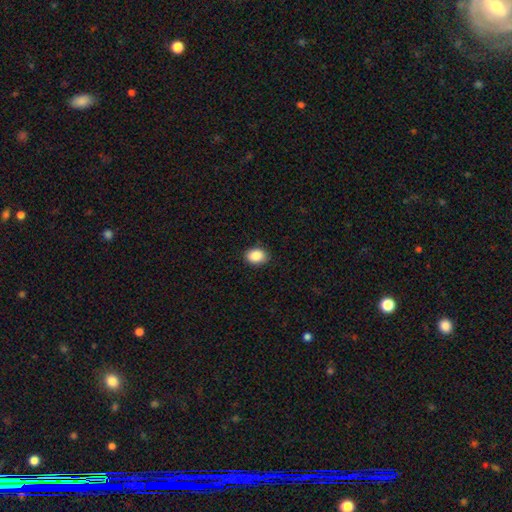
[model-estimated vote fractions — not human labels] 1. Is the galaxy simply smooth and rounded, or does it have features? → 88% smooth, 8% star or artifact, 4% featured or disk.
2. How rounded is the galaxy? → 72% in between, 27% round, 1% cigar-shaped.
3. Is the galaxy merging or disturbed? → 88% none, 9% minor disturbance, 2% major disturbance, 1% merger.